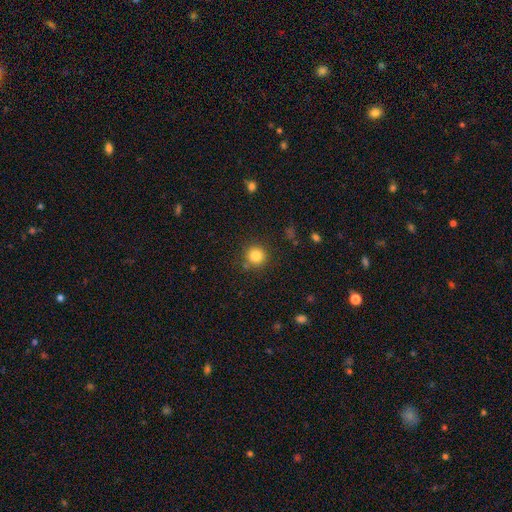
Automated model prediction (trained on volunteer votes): Smooth or featured? Predicted: smooth (p=0.83). How rounded? Predicted: round (p=0.94). Merging? Predicted: none (p=0.84).